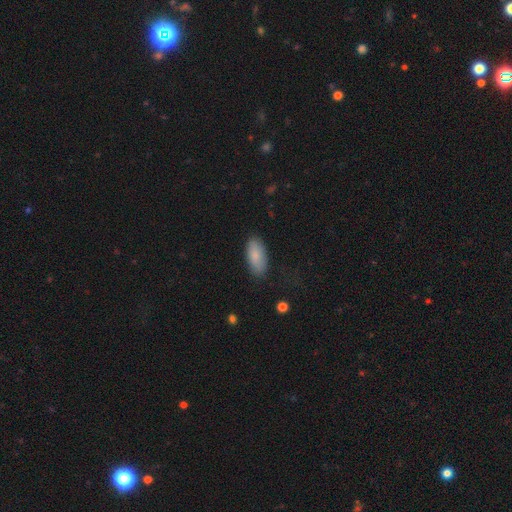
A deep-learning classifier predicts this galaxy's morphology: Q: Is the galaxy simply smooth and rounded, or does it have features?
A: smooth — 86%.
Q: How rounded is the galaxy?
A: in between — 89%.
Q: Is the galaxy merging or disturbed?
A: none — 84%.